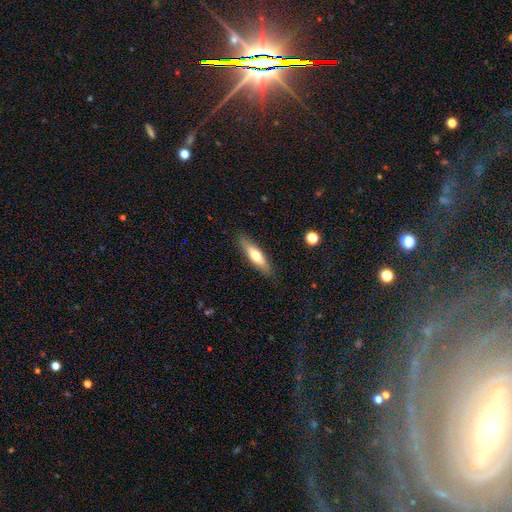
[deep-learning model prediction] The model was most divided on "smooth or featured": smooth: 57%, featured or disk: 37%, star or artifact: 6%. More confident: merging — none (86%); how rounded — cigar-shaped (67%).